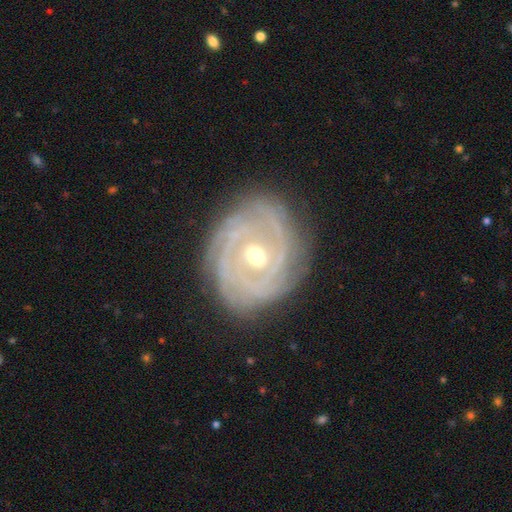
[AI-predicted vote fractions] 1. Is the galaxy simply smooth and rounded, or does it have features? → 89% featured or disk, 6% smooth, 5% star or artifact.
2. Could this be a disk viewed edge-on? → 97% no, 3% yes.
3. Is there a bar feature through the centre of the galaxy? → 48% no, 36% weak, 16% strong.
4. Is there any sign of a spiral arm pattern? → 96% yes, 4% no.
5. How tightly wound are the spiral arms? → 83% tight, 14% medium, 3% loose.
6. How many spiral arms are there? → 26% 3, 25% can't tell, 17% 4, 16% 2, 9% more than 4, 7% 1.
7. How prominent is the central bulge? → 64% moderate, 32% small, 2% large, 1% dominant, 1% none.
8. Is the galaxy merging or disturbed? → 82% none, 13% minor disturbance, 4% major disturbance, 1% merger.